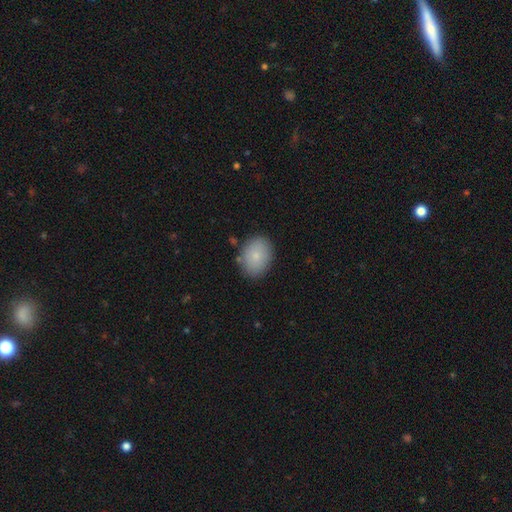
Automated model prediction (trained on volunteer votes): This is clearly a smooth galaxy (82%). How rounded: likely in between (73%). Merging: clearly none (84%).